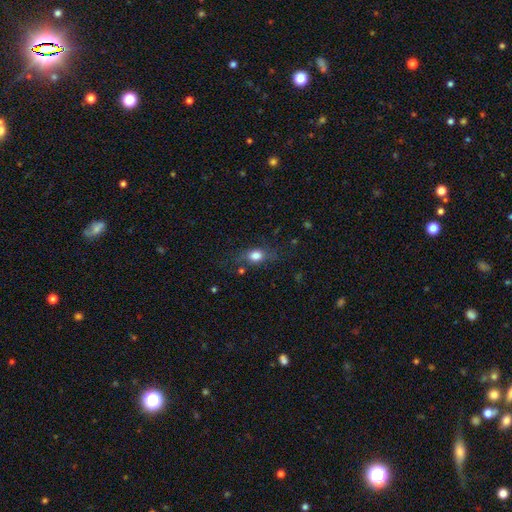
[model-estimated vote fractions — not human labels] smooth-or-featured: smooth: 77% | featured or disk: 13% | star or artifact: 10%
  how-rounded: in between: 61% | round: 33% | cigar-shaped: 7%
  merging: none: 66% | minor disturbance: 21% | major disturbance: 9% | merger: 3%